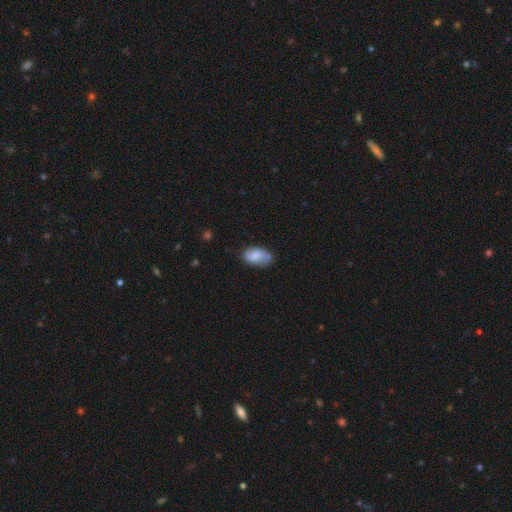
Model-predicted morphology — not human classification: Overall: smooth (75%). How rounded: in between (90%). Merging: none (52%; minor disturbance 31%).